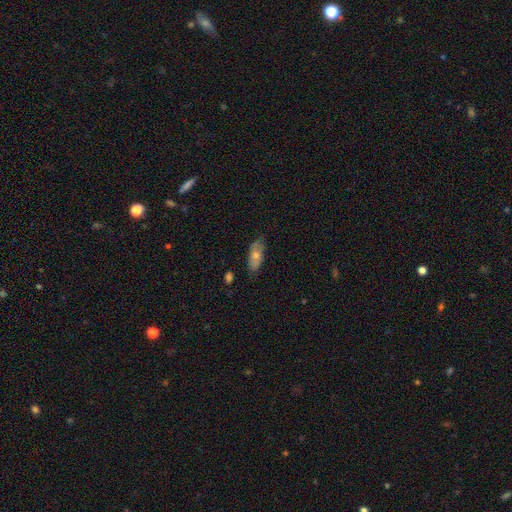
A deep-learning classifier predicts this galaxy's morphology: smooth-or-featured: smooth: 53% | featured or disk: 38% | star or artifact: 9%
  how-rounded: in between: 76% | cigar-shaped: 20% | round: 4%
  merging: none: 80% | minor disturbance: 16% | major disturbance: 3% | merger: 1%